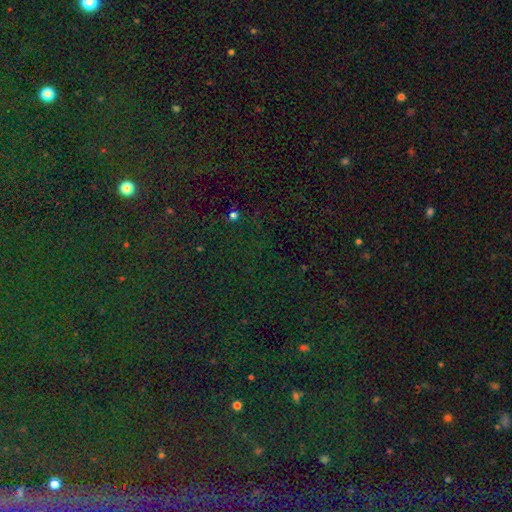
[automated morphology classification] Smooth or featured?
  - star or artifact: 83% *
  - smooth: 10%
  - featured or disk: 7%